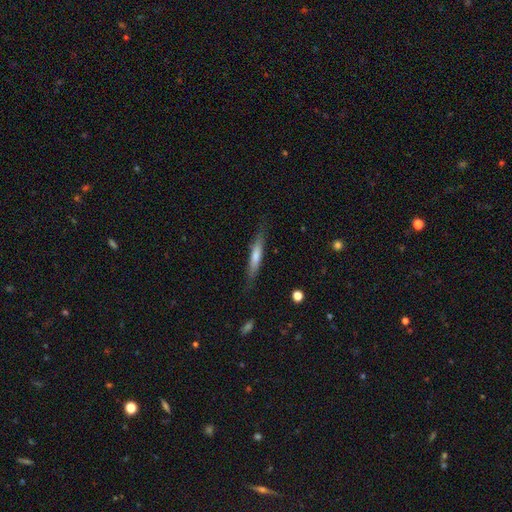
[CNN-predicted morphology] The model was most divided on "smooth or featured": smooth: 56%, featured or disk: 37%, star or artifact: 6%. More confident: how rounded — cigar-shaped (90%); merging — none (81%).